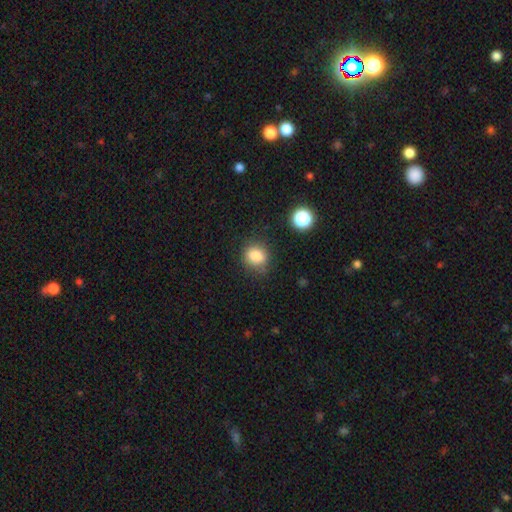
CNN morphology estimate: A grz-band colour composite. It shows a smooth galaxy with no disk features (83%) that is round (62%). Merging: none (79%).